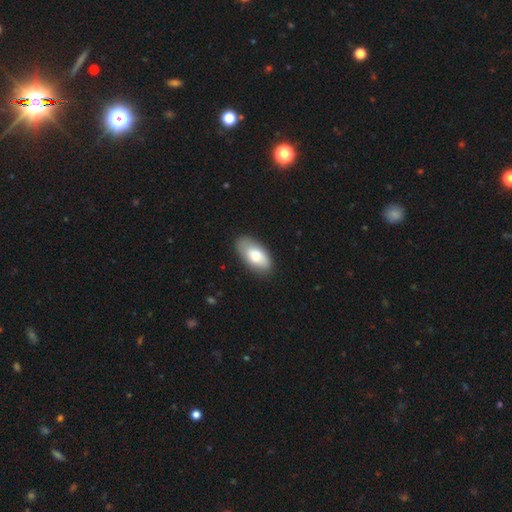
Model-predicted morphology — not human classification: A smooth galaxy with no disk features (76%) that is in between round and cigar-shaped (93%).

Vote fractions:
- Smooth or featured? smooth: 76% / featured or disk: 19% / star or artifact: 6%
- How rounded? in between: 93% / cigar-shaped: 4% / round: 3%
- Merging? none: 81% / minor disturbance: 14% / major disturbance: 3% / merger: 1%